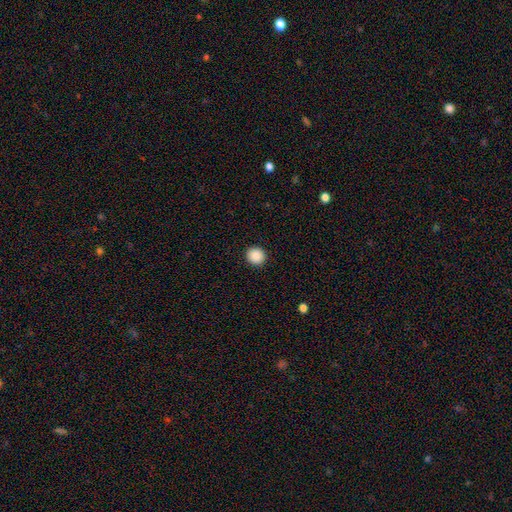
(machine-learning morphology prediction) This appears to be a smooth galaxy with no disk features (89%) that is round (91%). Merging: none (93%).